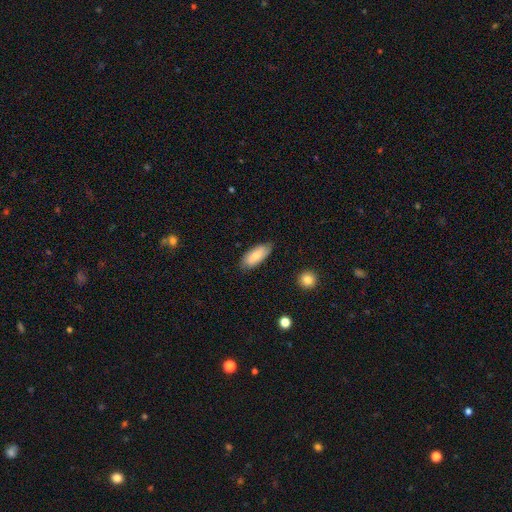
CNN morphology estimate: The model was most divided on "smooth or featured": smooth: 74%, featured or disk: 20%, star or artifact: 6%. More confident: how rounded — in between (84%); merging — none (80%).